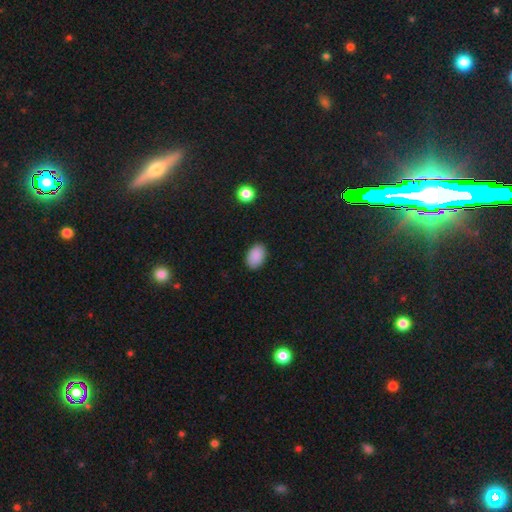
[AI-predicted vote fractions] Smooth or featured? Predicted: smooth (p=0.89). How rounded? Predicted: in between (p=0.86). Merging? Predicted: none (p=0.88).